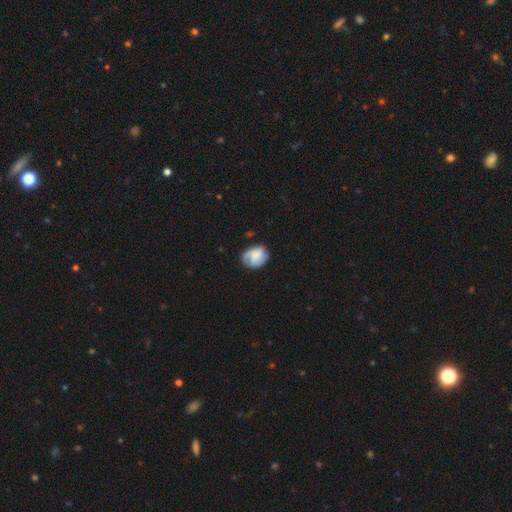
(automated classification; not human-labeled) A smooth galaxy with no disk features (54%) that is in between round and cigar-shaped (52%).

Vote fractions:
- Smooth or featured? smooth: 54% / featured or disk: 39% / star or artifact: 8%
- How rounded? in between: 52% / round: 47% / cigar-shaped: 1%
- Merging? none: 60% / minor disturbance: 27% / major disturbance: 11% / merger: 2%